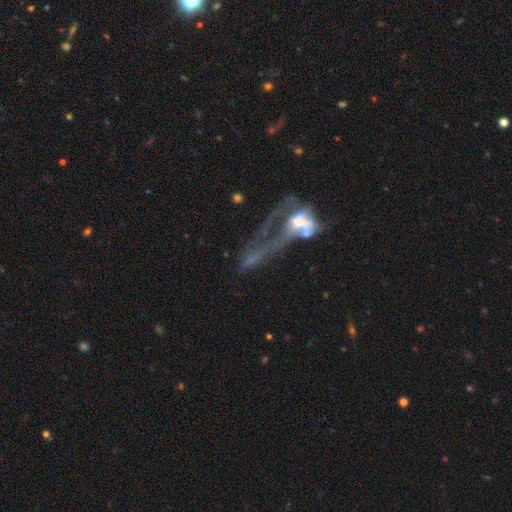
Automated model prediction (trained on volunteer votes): smooth-or-featured: featured or disk: 59% | smooth: 26% | star or artifact: 15%
  disk-edge-on: no: 88% | yes: 12%
    bar: no: 78% | weak: 15% | strong: 7%
    has-spiral-arms: no: 67% | yes: 33%
    bulge-size: moderate: 41% | small: 22% | none: 18% | large: 15% | dominant: 4%
  merging: major disturbance: 43% | merger: 40% | none: 11% | minor disturbance: 7%